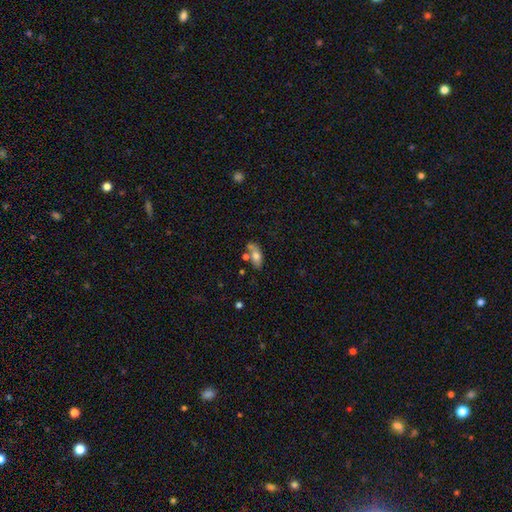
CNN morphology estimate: A smooth galaxy with no disk features (69%) that is in between round and cigar-shaped (83%). Merging: none (45%).